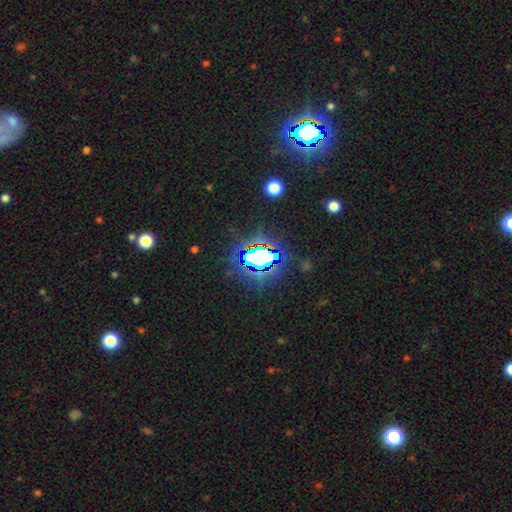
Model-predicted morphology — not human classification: star or artifact 79%, smooth 13%, featured or disk 8%.